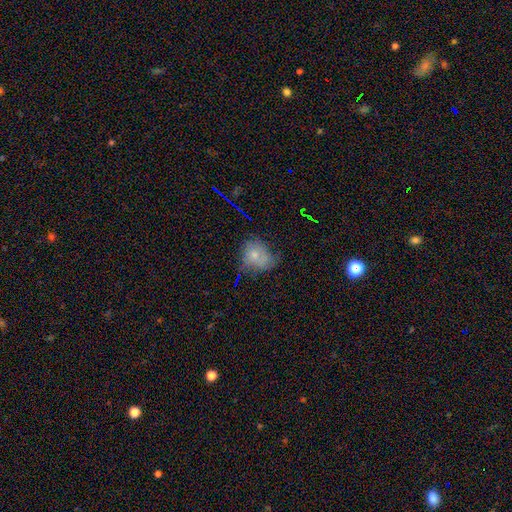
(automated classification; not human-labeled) Smooth or featured: smooth — 63% (featured or disk — 23%)
How rounded: round — 59% (in between — 40%)
Merging: none — 47% (minor disturbance — 34%)